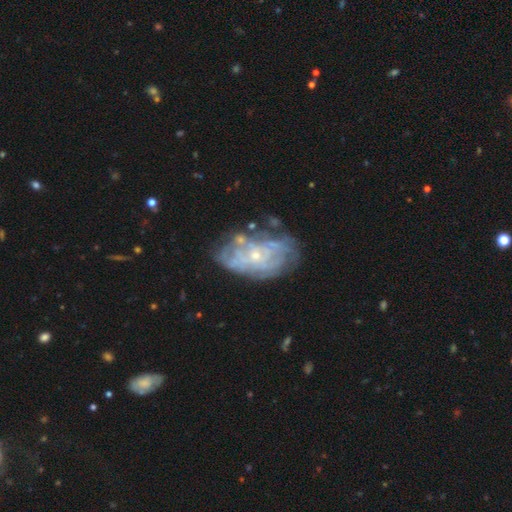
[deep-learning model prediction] featured or disk 73%, smooth 18%, star or artifact 8%. Down the decision tree: edge-on disk — no (95%); bar — no (81%); spiral arms — yes (63%); bulge size — small (76%); merging — none (61%).